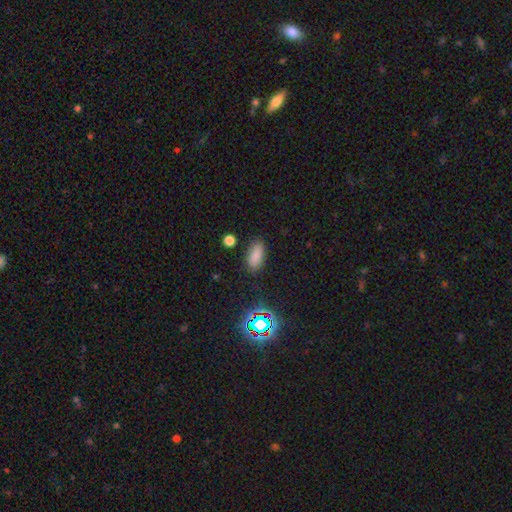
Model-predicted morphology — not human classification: type=smooth (81%); roundness=in between (85%); merging=none (86%).